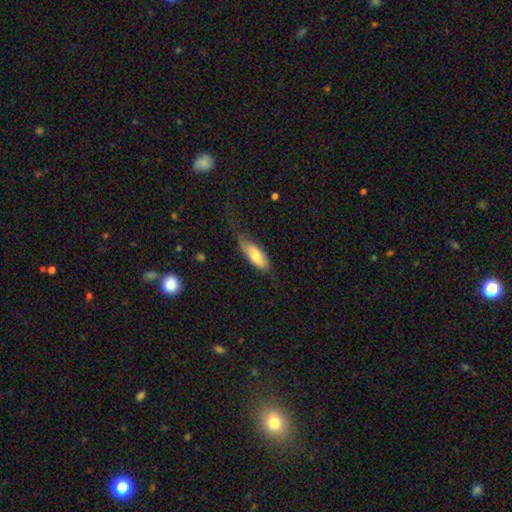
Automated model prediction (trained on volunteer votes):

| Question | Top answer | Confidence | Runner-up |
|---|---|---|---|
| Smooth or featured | smooth | 72% | featured or disk (22%) |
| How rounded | in between | 75% | cigar-shaped (23%) |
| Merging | none | 50% | minor disturbance (33%) |